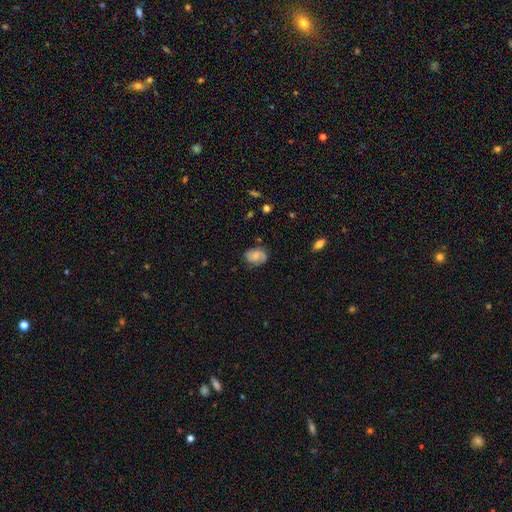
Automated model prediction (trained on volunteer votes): Morphology: type=featured or disk (48%); merging=none (69%).